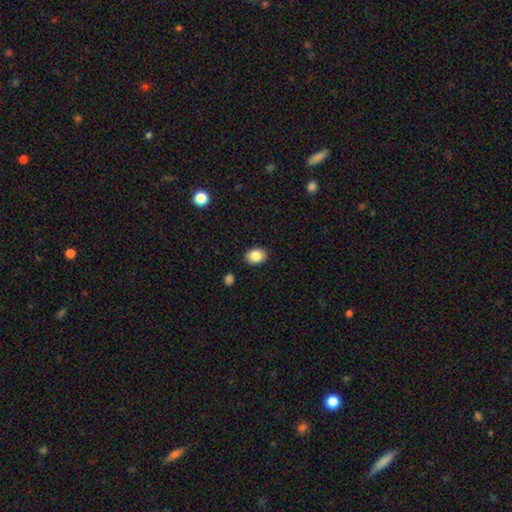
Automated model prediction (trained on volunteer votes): The model was most divided on "how rounded": in between: 65%, round: 34%, cigar-shaped: 1%. More confident: merging — none (89%); smooth or featured — smooth (86%).